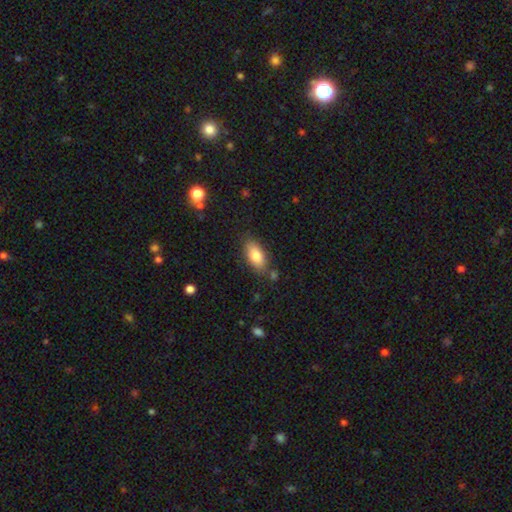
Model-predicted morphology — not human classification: Overall: smooth (81%). How rounded: in between (89%). Merging: none (79%).